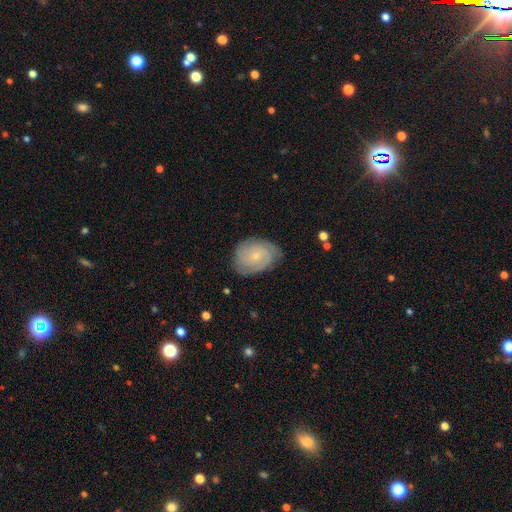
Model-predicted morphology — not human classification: Overall: featured or disk (69%). Edge-on disk: no (97%). Bar: no (78%). Spiral arms: yes (91%). Spiral arm count: can't tell (34%; 2 29%). Spiral winding: tight (65%; medium 28%). Bulge size: small (79%). Merging: none (73%).